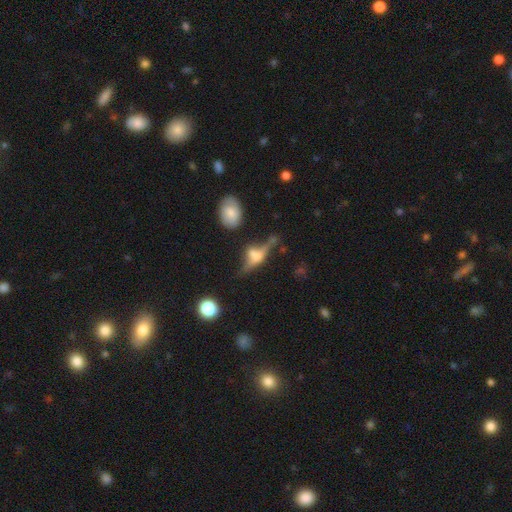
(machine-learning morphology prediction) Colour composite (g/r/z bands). It shows a featured or disk galaxy (68%) viewed edge-on (85%) with a rounded central bulge (87%). Merging: none (54%).